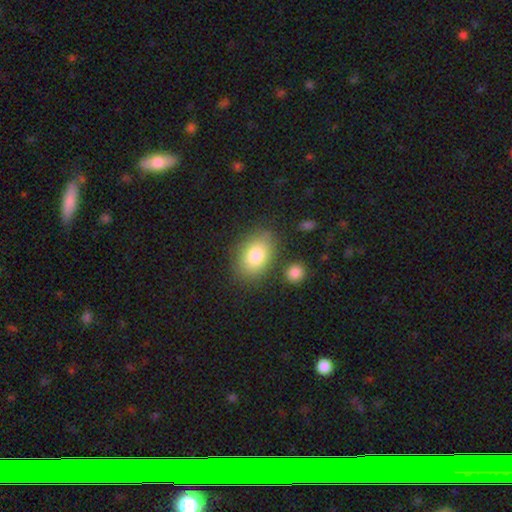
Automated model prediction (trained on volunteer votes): smooth 81%, featured or disk 11%, star or artifact 8%. Down the decision tree: how rounded — in between (80%); merging — none (76%).